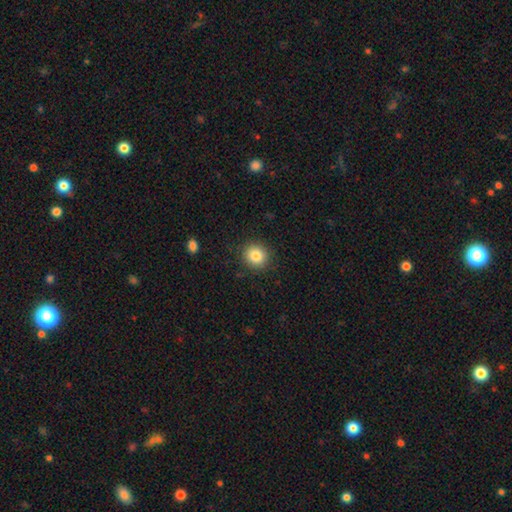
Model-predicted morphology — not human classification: The model was most divided on "how rounded": round: 86%, in between: 13%, cigar-shaped: 1%. More confident: merging — none (89%); smooth or featured — smooth (84%).